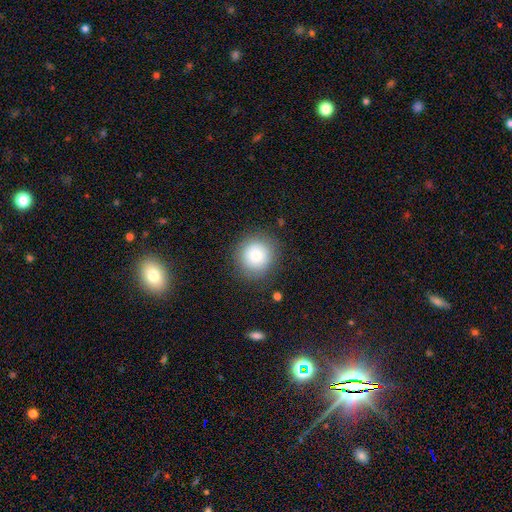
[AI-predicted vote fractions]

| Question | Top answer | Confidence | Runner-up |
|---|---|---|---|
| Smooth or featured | smooth | 79% | featured or disk (11%) |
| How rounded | round | 92% | in between (7%) |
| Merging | none | 86% | minor disturbance (9%) |